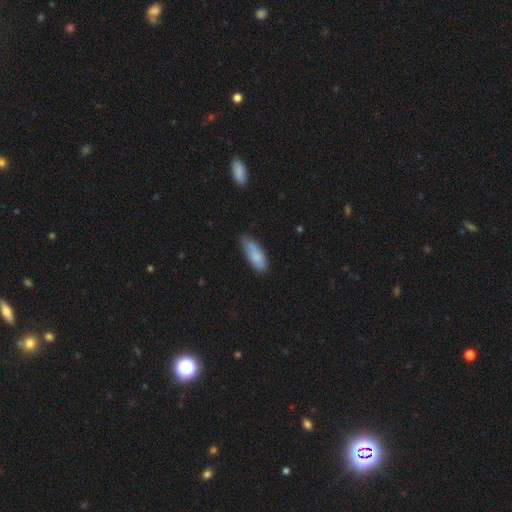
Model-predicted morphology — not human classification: Smooth or featured? smooth (81%)
How rounded? in between (71%)
Merging? none (52%)